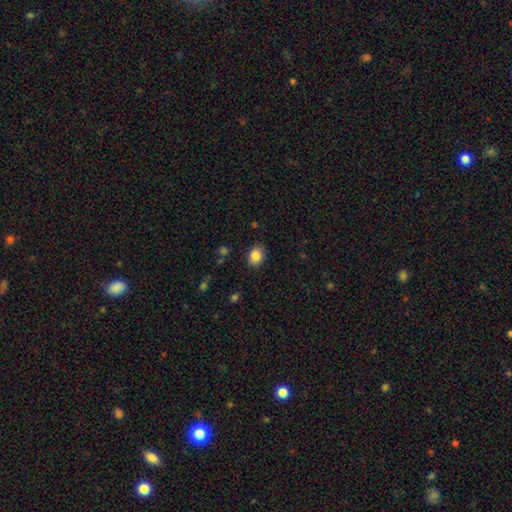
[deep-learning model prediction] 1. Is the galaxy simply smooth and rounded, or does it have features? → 85% smooth, 9% star or artifact, 6% featured or disk.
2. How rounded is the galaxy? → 59% in between, 40% round, 1% cigar-shaped.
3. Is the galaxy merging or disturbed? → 87% none, 10% minor disturbance, 2% major disturbance, 1% merger.